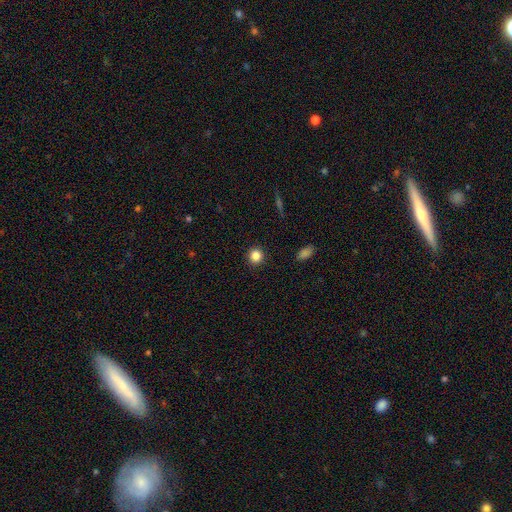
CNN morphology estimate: Smooth or featured: smooth — 85% (star or artifact — 11%)
How rounded: round — 90% (in between — 9%)
Merging: none — 92% (minor disturbance — 5%)